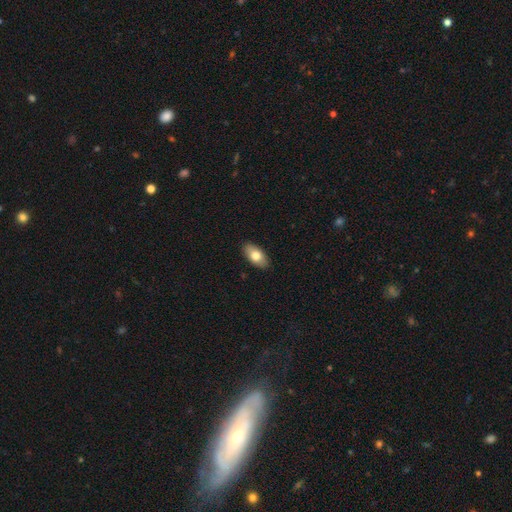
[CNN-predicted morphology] A smooth galaxy with no disk features (77%) that is in between round and cigar-shaped (93%). Merging: none (90%).